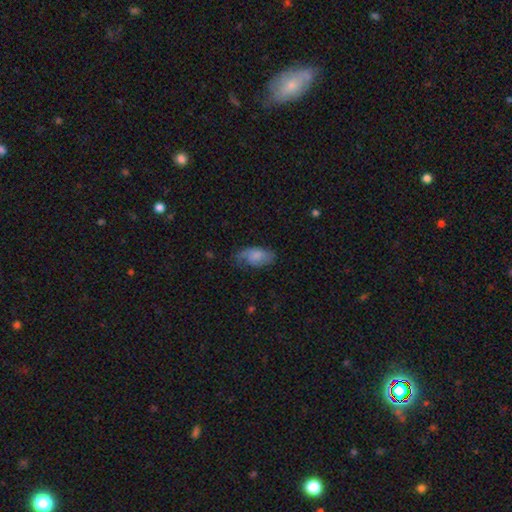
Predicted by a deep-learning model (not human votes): The model was most divided on "merging": none: 54%, minor disturbance: 29%, major disturbance: 15%, merger: 2%. More confident: how rounded — in between (92%); smooth or featured — smooth (59%).